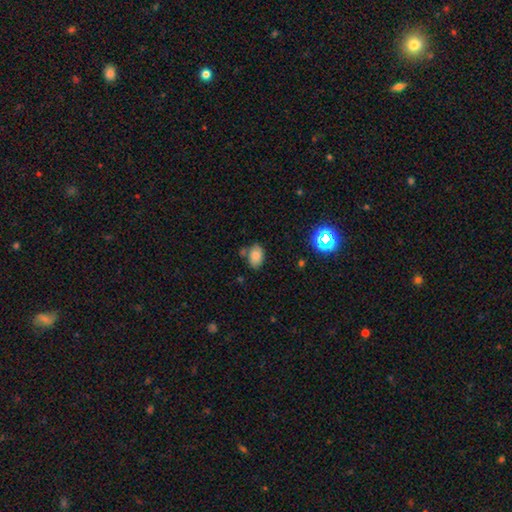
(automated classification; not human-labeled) Smooth or featured? smooth (81%)
How rounded? in between (85%)
Merging? none (66%)